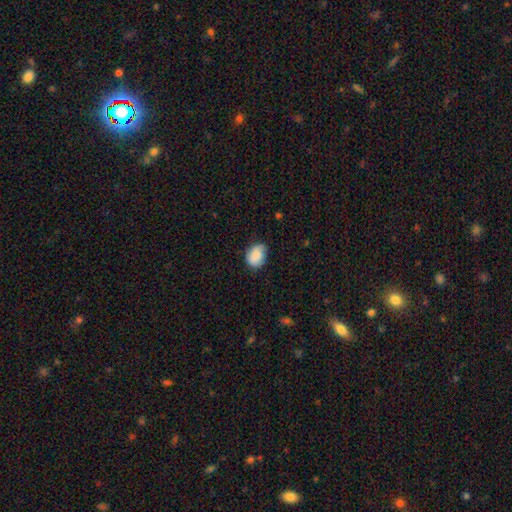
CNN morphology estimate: A smooth galaxy with no disk features (84%) that is in between round and cigar-shaped (62%).

Vote fractions:
- Smooth or featured? smooth: 84% / featured or disk: 9% / star or artifact: 7%
- How rounded? in between: 62% / round: 37% / cigar-shaped: 1%
- Merging? none: 64% / minor disturbance: 29% / major disturbance: 5% / merger: 1%